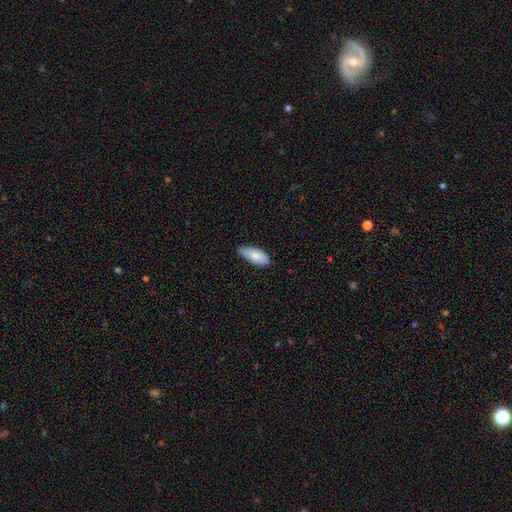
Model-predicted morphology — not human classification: This is clearly a smooth galaxy (83%). How rounded: clearly in between (88%). Merging: likely none (63%).